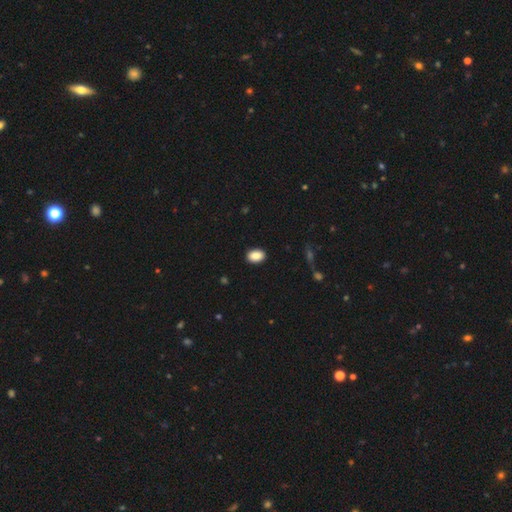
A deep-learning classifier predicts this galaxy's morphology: Q: Smooth or featured?
A: smooth (89%); runner-up: star or artifact (7%)
Q: How rounded?
A: in between (84%); runner-up: round (15%)
Q: Merging?
A: none (90%); runner-up: minor disturbance (7%)